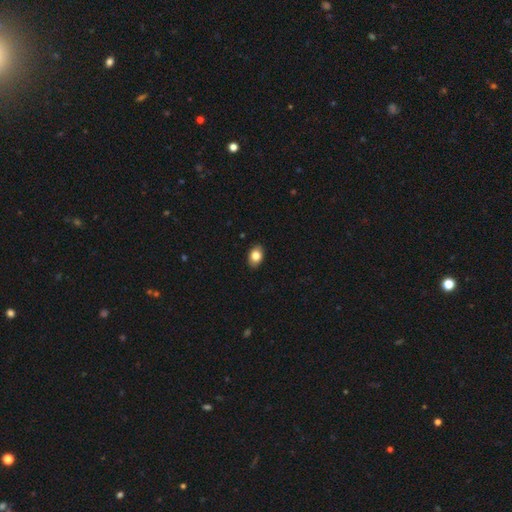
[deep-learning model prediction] The model was most divided on "how rounded": in between: 81%, round: 18%, cigar-shaped: 1%. More confident: merging — none (89%); smooth or featured — smooth (83%).